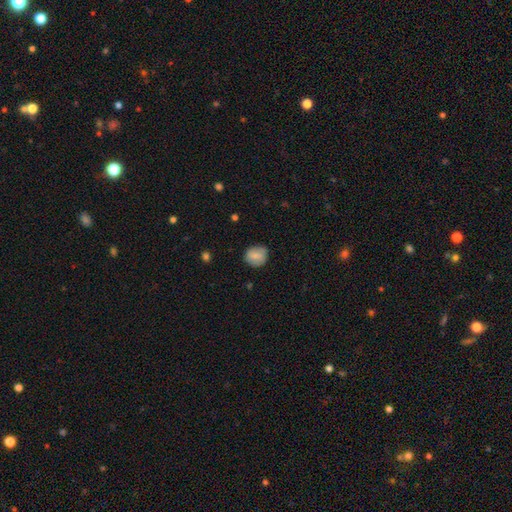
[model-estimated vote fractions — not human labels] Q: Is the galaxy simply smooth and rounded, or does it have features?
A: smooth — 79%.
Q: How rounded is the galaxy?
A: round — 73%.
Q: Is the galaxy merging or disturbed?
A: none — 78%.